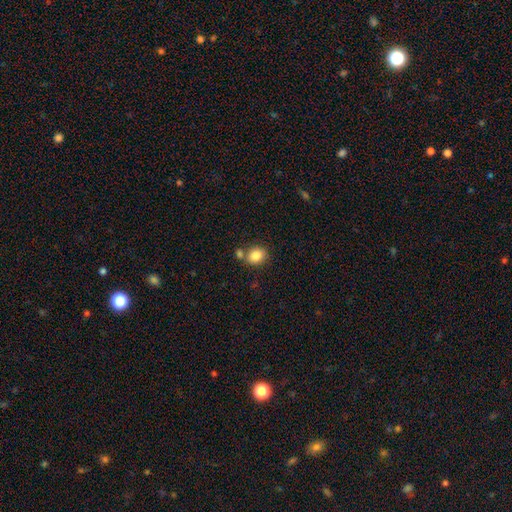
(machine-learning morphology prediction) Smooth or featured? smooth (85%)
How rounded? round (67%)
Merging? none (64%)